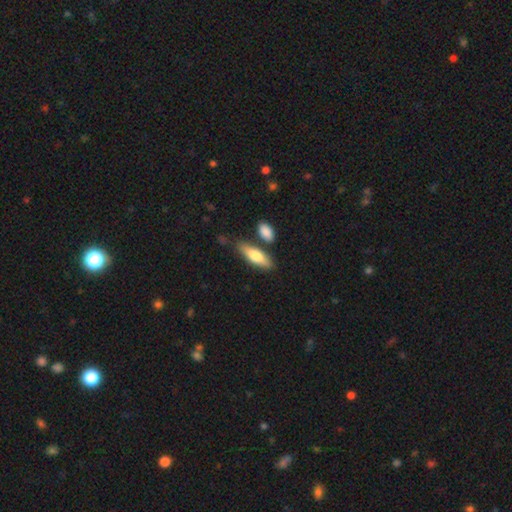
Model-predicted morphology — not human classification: Smooth or featured?
  - smooth: 74% *
  - featured or disk: 21%
  - star or artifact: 5%
How rounded?
  - in between: 56% *
  - cigar-shaped: 41%
  - round: 2%
Merging?
  - none: 71% *
  - minor disturbance: 13%
  - merger: 13%
  - major disturbance: 3%